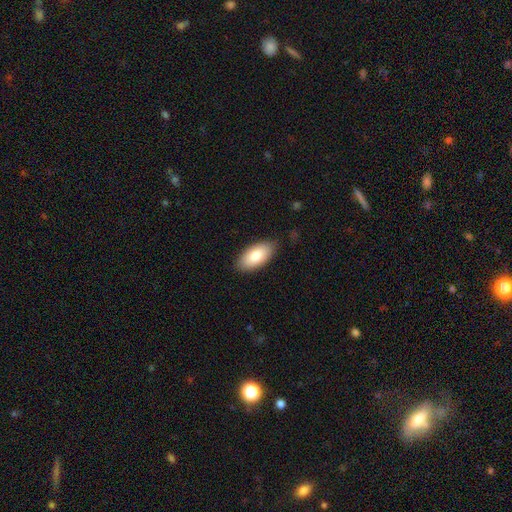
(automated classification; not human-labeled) Morphology: type=smooth (81%); roundness=in between (94%); merging=none (84%).